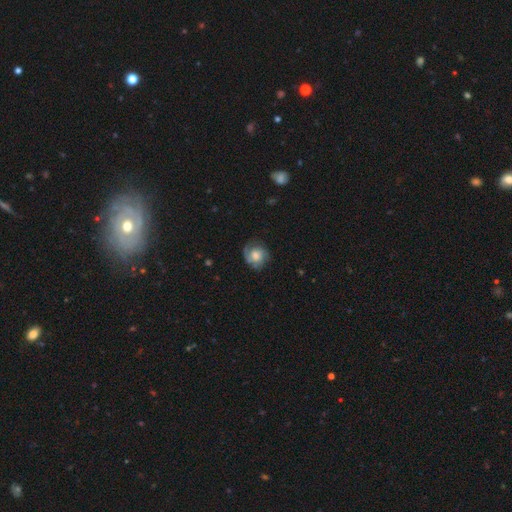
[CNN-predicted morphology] Overall: featured or disk (62%; smooth 31%). Edge-on disk: no (98%). Bar: no (72%). Spiral arms: yes (90%). Spiral arm count: 2 (42%; can't tell 21%). Spiral winding: tight (49%; medium 37%). Bulge size: moderate (48%; large 27%). Merging: none (71%).